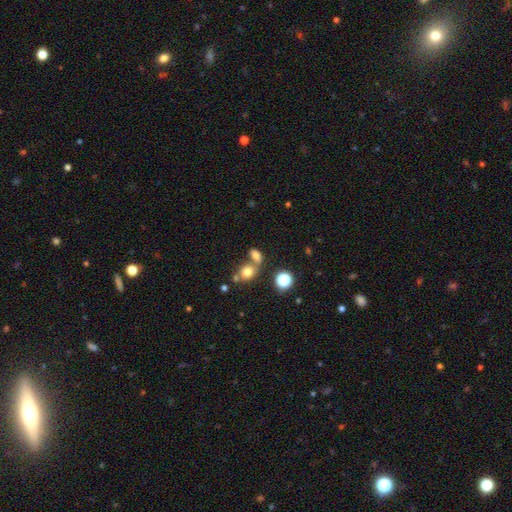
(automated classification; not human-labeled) smooth 73%, star or artifact 16%, featured or disk 10%. Down the decision tree: how rounded — in between (64%); merging — none (42%, tied with merger).